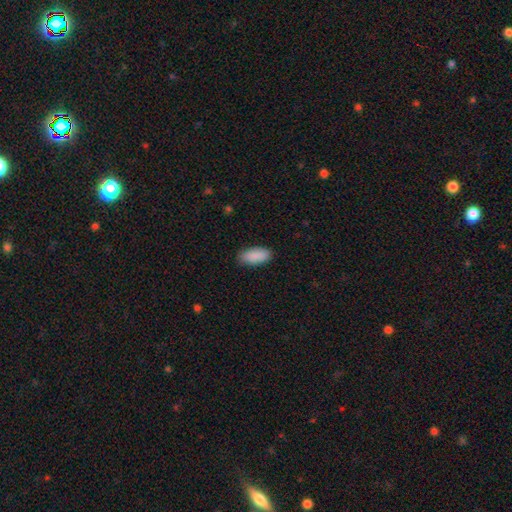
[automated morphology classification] This appears to be a smooth galaxy with no disk features (91%) that is in between round and cigar-shaped (90%). Merging: none (86%).